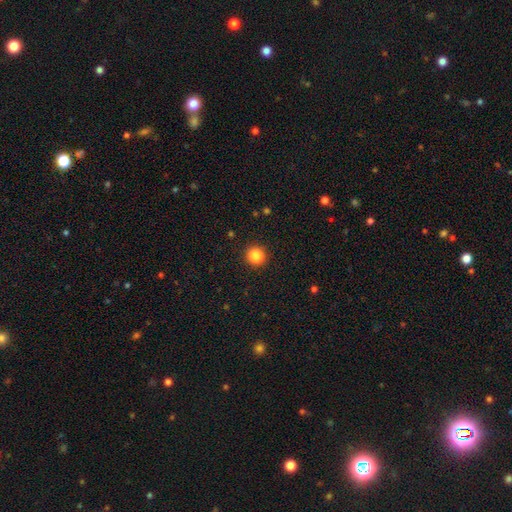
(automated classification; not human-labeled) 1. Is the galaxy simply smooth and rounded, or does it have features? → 86% smooth, 11% star or artifact, 3% featured or disk.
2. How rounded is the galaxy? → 89% round, 10% in between, 1% cigar-shaped.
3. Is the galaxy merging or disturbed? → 89% none, 7% minor disturbance, 2% major disturbance, 1% merger.